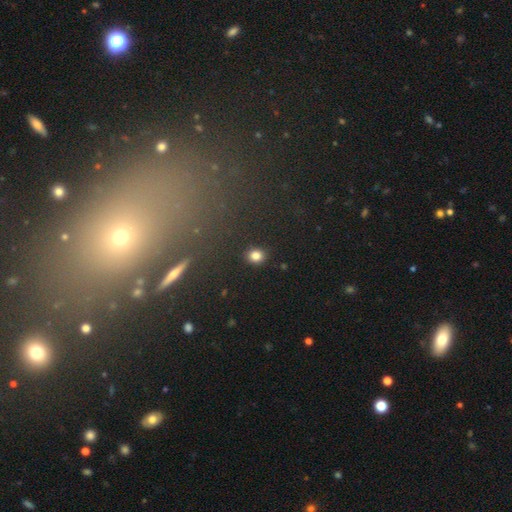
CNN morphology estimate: A smooth galaxy with no disk features (83%) that is round (73%).

Vote fractions:
- Smooth or featured? smooth: 83% / star or artifact: 12% / featured or disk: 5%
- How rounded? round: 73% / in between: 26% / cigar-shaped: 1%
- Merging? none: 91% / minor disturbance: 6% / major disturbance: 2% / merger: 1%